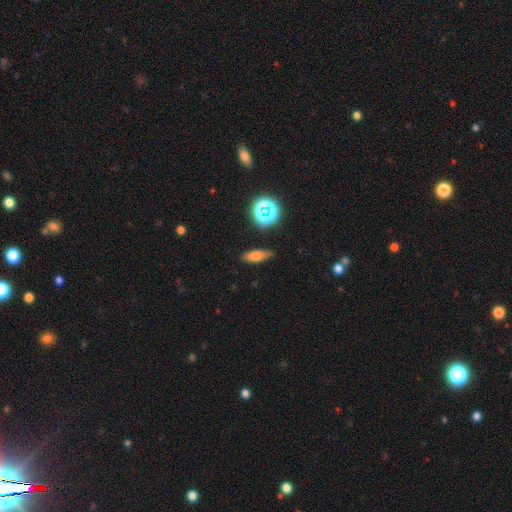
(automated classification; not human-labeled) Smooth or featured? smooth (69%)
How rounded? in between (54%)
Merging? none (83%)